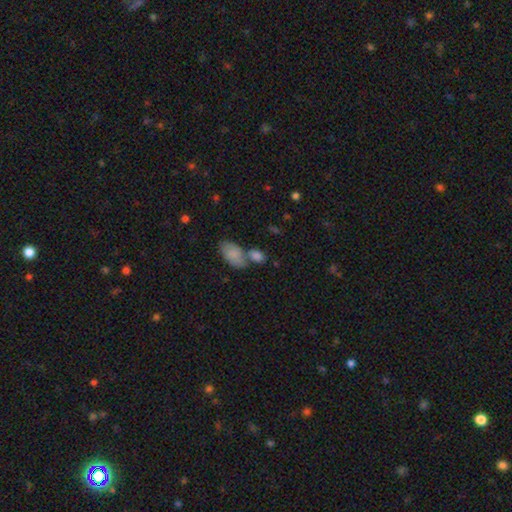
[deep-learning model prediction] The model was most divided on "merging": merger: 45%, none: 39%, minor disturbance: 11%, major disturbance: 5%. More confident: how rounded — in between (83%); smooth or featured — smooth (79%).